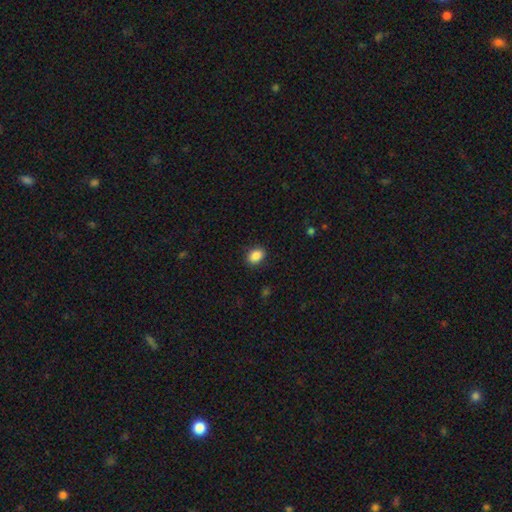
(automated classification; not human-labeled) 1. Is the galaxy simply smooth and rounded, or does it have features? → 87% smooth, 9% star or artifact, 4% featured or disk.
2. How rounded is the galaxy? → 69% in between, 30% round, 1% cigar-shaped.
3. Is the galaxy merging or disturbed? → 88% none, 9% minor disturbance, 3% major disturbance, 1% merger.